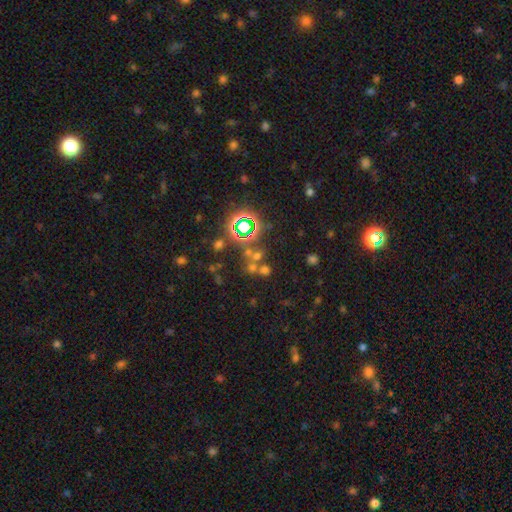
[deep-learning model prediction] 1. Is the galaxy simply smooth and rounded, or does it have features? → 50% star or artifact, 38% smooth, 12% featured or disk.